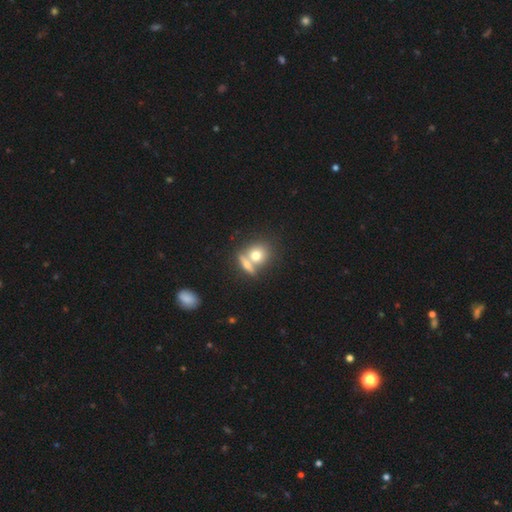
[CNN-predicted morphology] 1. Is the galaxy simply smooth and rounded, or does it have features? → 69% smooth, 21% featured or disk, 10% star or artifact.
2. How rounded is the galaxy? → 77% round, 20% in between, 3% cigar-shaped.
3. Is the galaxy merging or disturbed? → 45% merger, 42% none, 8% minor disturbance, 4% major disturbance.